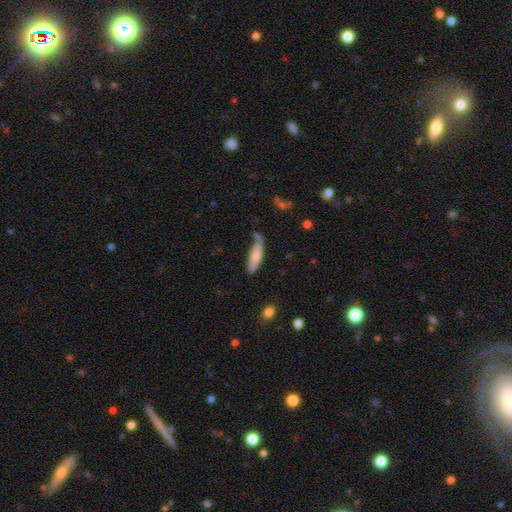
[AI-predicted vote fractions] Smooth or featured: smooth — 73% (featured or disk — 21%)
How rounded: cigar-shaped — 54% (in between — 45%)
Merging: none — 54% (minor disturbance — 29%)